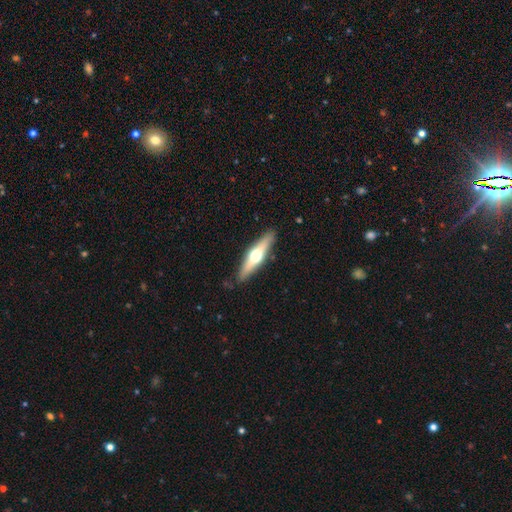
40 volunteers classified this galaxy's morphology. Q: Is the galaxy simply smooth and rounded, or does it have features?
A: featured or disk — 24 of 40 (60%).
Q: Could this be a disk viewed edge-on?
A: yes — 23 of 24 (96%).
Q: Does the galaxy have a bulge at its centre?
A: rounded — 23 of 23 (100%).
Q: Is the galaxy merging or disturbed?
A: none — 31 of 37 (84%).